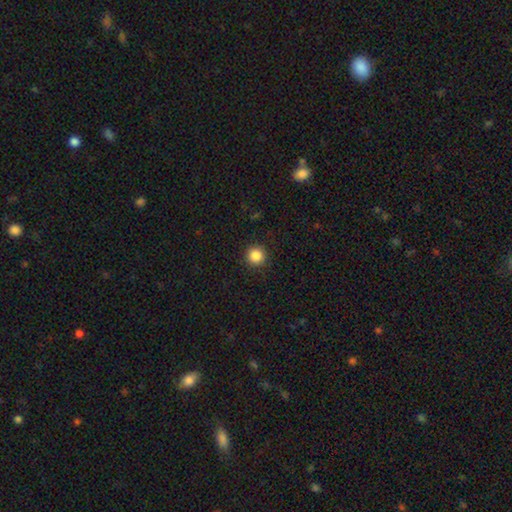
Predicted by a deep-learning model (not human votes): The model was most divided on "smooth or featured": smooth: 86%, star or artifact: 10%, featured or disk: 3%. More confident: how rounded — round (95%); merging — none (92%).